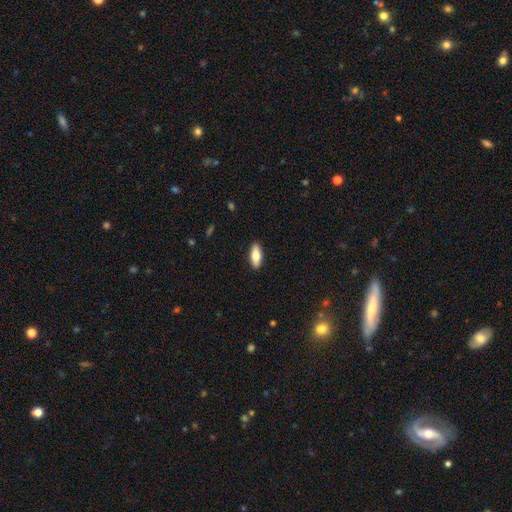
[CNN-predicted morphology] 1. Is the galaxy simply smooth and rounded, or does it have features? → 78% smooth, 16% featured or disk, 6% star or artifact.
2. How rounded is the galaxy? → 75% in between, 22% cigar-shaped, 2% round.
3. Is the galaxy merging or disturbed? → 90% none, 8% minor disturbance, 2% major disturbance, 1% merger.